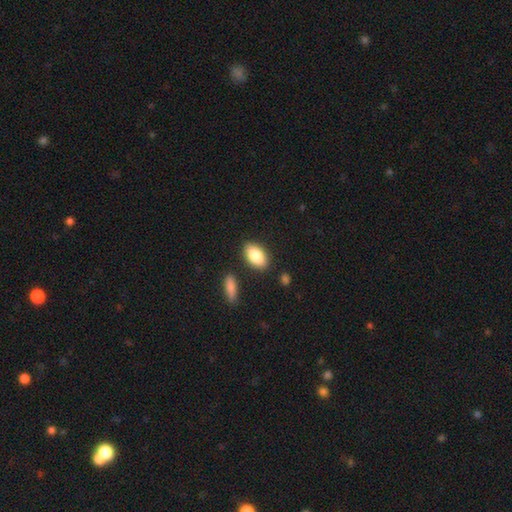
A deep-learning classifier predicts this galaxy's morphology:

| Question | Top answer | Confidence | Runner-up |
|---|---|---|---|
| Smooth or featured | smooth | 85% | featured or disk (8%) |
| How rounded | in between | 92% | round (6%) |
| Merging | none | 84% | minor disturbance (9%) |